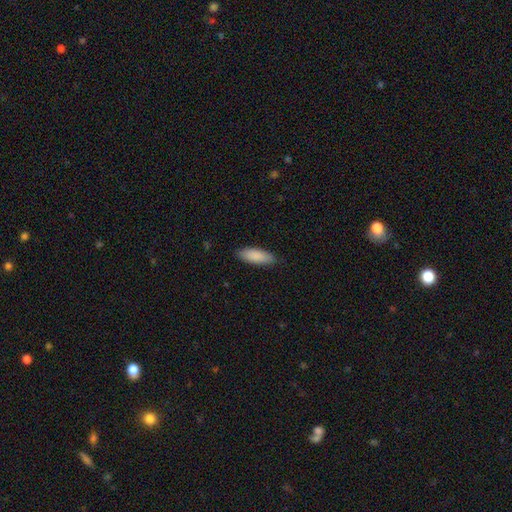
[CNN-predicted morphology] A smooth galaxy with no disk features (88%) that is in between round and cigar-shaped (64%). Merging: none (86%).